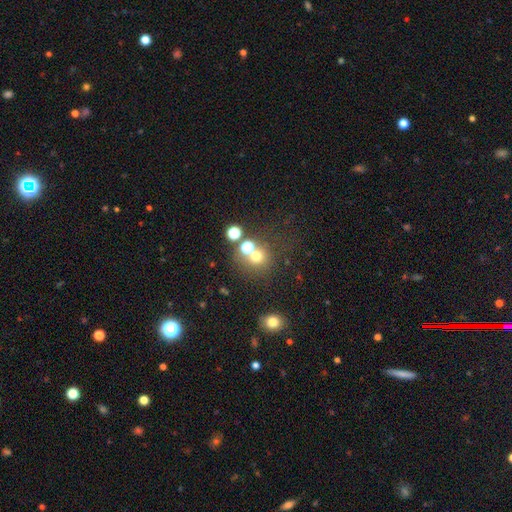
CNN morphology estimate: Smooth or featured? Predicted: smooth (p=0.66). How rounded? Predicted: round (p=0.87). Merging? Predicted: none (p=0.58).